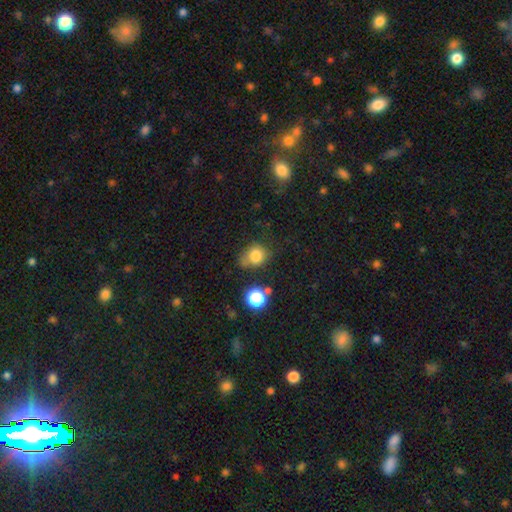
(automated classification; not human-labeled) Q: Smooth or featured?
A: smooth (79%); runner-up: star or artifact (13%)
Q: How rounded?
A: round (73%); runner-up: in between (26%)
Q: Merging?
A: none (56%); runner-up: minor disturbance (24%)